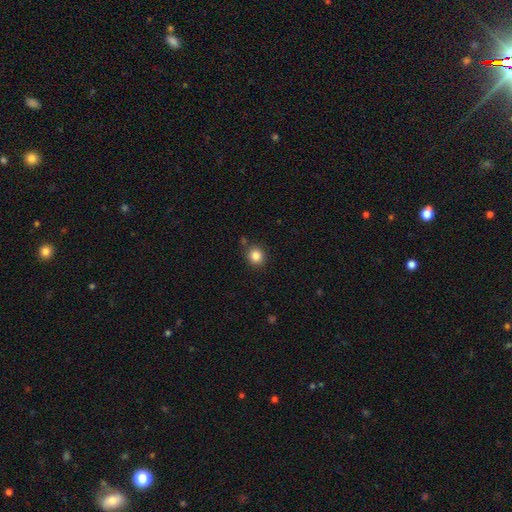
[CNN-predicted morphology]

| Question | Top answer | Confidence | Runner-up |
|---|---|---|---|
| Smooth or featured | smooth | 85% | star or artifact (10%) |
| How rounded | round | 82% | in between (17%) |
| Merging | none | 84% | minor disturbance (9%) |